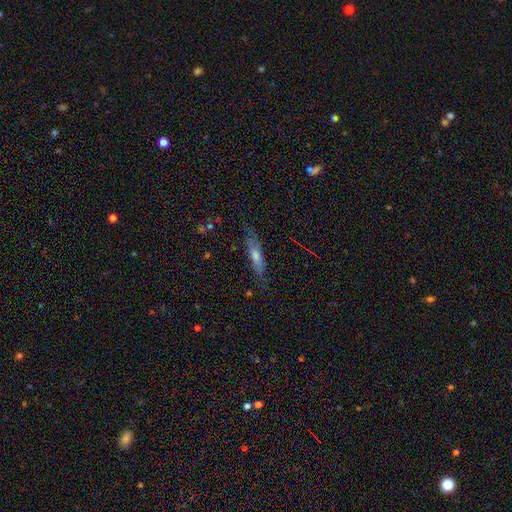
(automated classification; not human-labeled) A smooth galaxy with no disk features (50%).

Vote fractions:
- Smooth or featured? smooth: 50% / featured or disk: 40% / star or artifact: 10%
- Merging? none: 74% / minor disturbance: 19% / major disturbance: 5% / merger: 2%